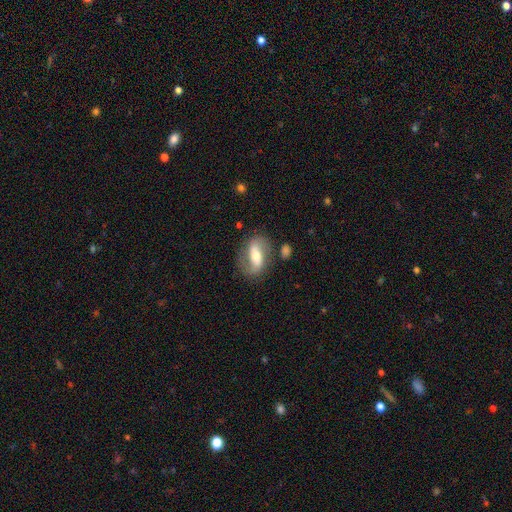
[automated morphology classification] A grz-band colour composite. It shows a featured or disk galaxy (66%) with a strong bar (44%), spiral arms (79%) and a moderate central bulge (68%). Merging: none (74%).